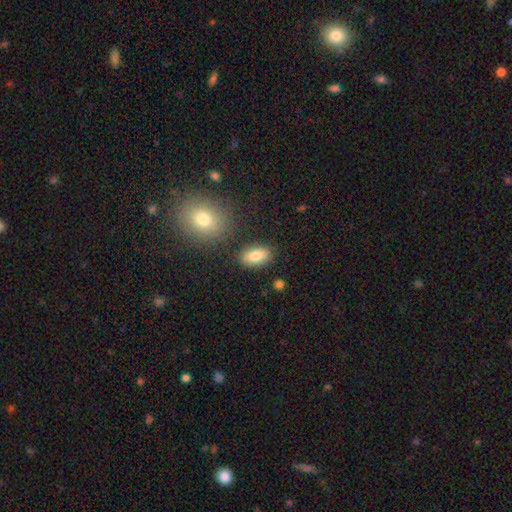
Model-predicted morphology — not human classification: type=smooth (82%); roundness=in between (89%); merging=none (83%).